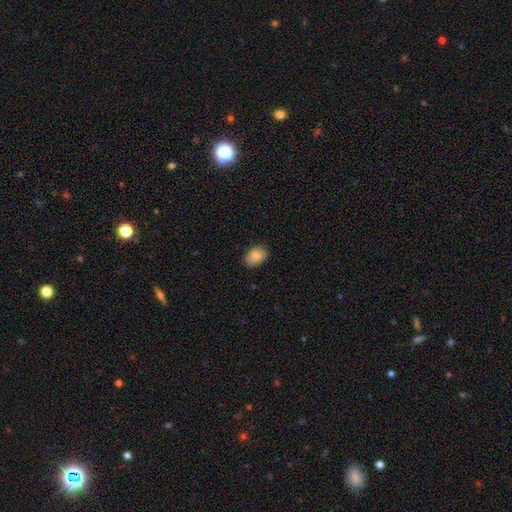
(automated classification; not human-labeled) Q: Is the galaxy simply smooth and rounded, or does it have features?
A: smooth — 83%.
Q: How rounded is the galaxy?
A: in between — 79%.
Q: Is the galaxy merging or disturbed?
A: none — 82%.